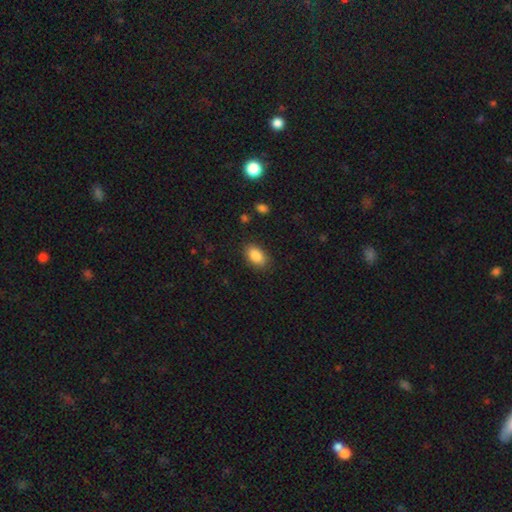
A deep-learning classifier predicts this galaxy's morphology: Overall: smooth (88%). How rounded: in between (91%). Merging: none (86%).